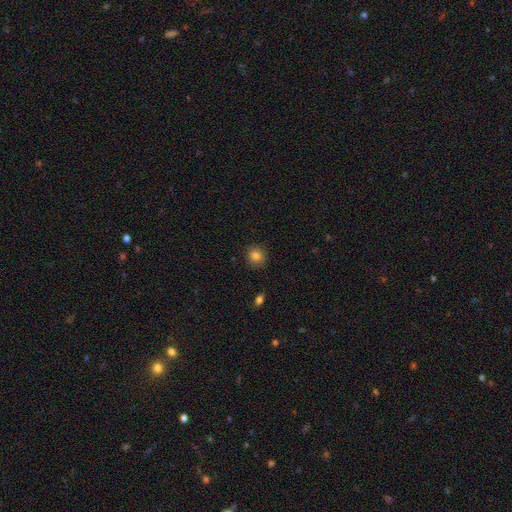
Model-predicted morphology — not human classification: Smooth or featured?
  - smooth: 83% *
  - star or artifact: 11%
  - featured or disk: 6%
How rounded?
  - round: 89% *
  - in between: 10%
  - cigar-shaped: 1%
Merging?
  - none: 88% *
  - minor disturbance: 9%
  - major disturbance: 2%
  - merger: 1%